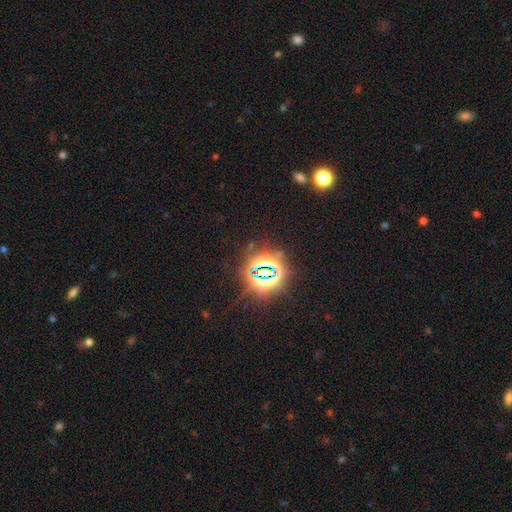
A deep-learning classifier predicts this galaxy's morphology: Overall: star or artifact (82%).